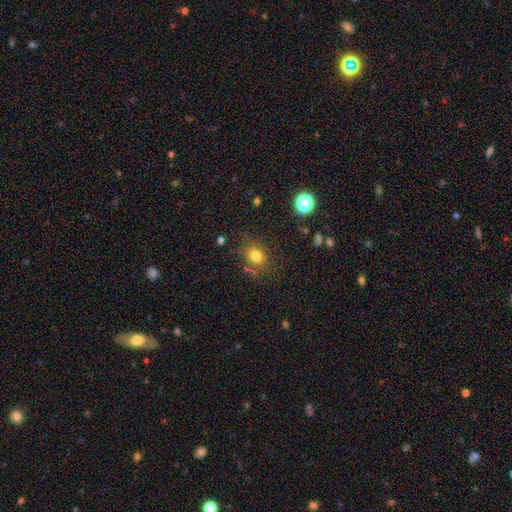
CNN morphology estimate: type=smooth (78%); roundness=round (54%); merging=none (77%).